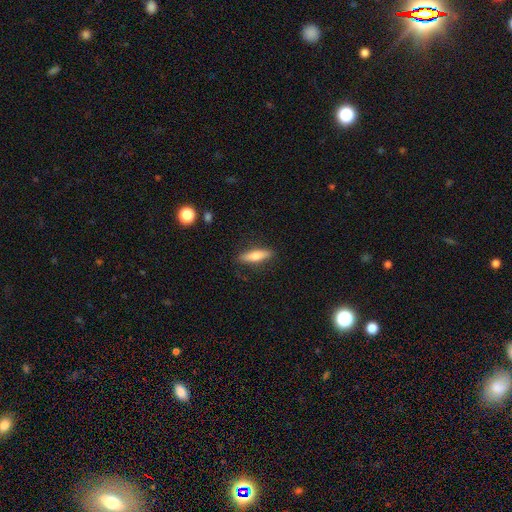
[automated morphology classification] Smooth or featured? Predicted: smooth (p=0.67). How rounded? Predicted: cigar-shaped (p=0.69). Merging? Predicted: none (p=0.87).